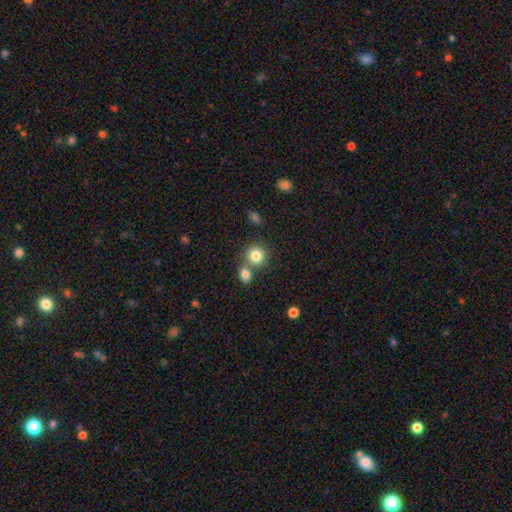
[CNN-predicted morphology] smooth_or_featured: smooth (p=0.81) [alt: star or artifact p=0.11]
how_rounded: round (p=0.86) [alt: in between p=0.13]
merging: none (p=0.57) [alt: merger p=0.32]